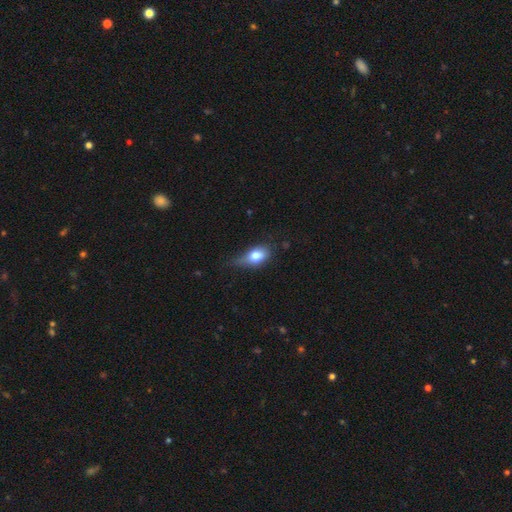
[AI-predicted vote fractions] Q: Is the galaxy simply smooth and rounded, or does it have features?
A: smooth — 77%.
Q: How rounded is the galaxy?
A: in between — 81%.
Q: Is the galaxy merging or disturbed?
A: none — 43%.